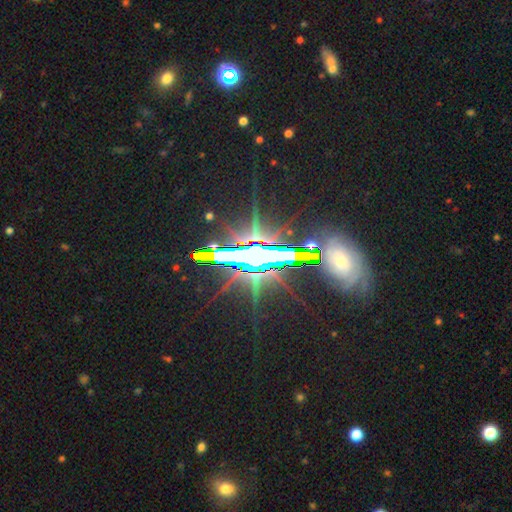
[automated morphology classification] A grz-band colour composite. It shows a star or artifact, not a galaxy (80%).